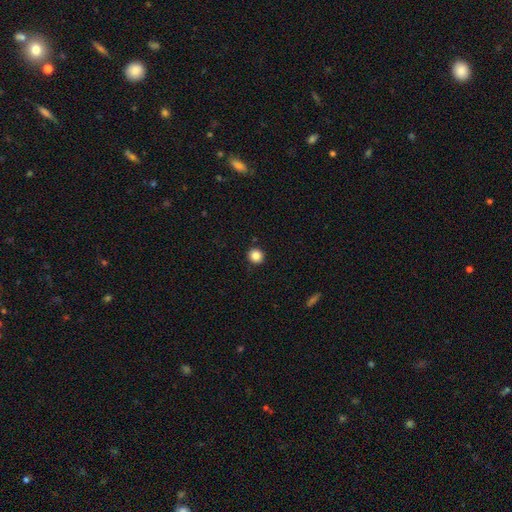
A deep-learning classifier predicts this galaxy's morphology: type=smooth (86%); roundness=round (93%); merging=none (92%).